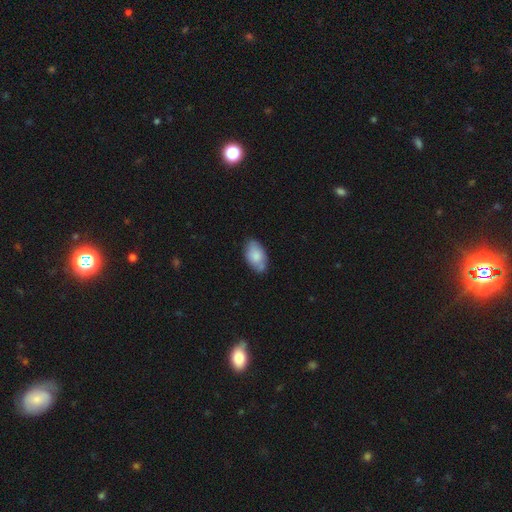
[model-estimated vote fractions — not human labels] Smooth or featured? smooth (80%)
How rounded? in between (94%)
Merging? none (70%)